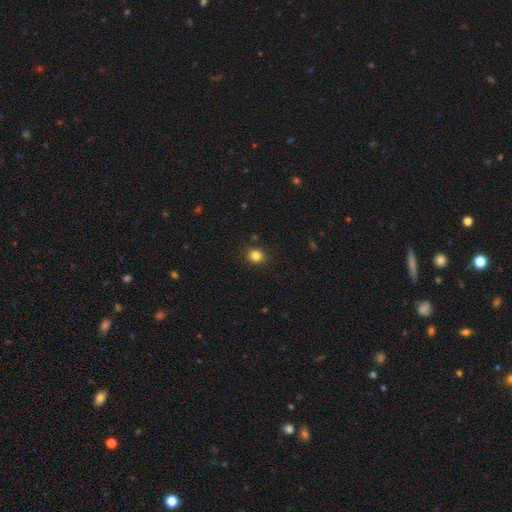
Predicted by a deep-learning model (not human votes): Overall: smooth (84%). How rounded: round (70%). Merging: none (89%).